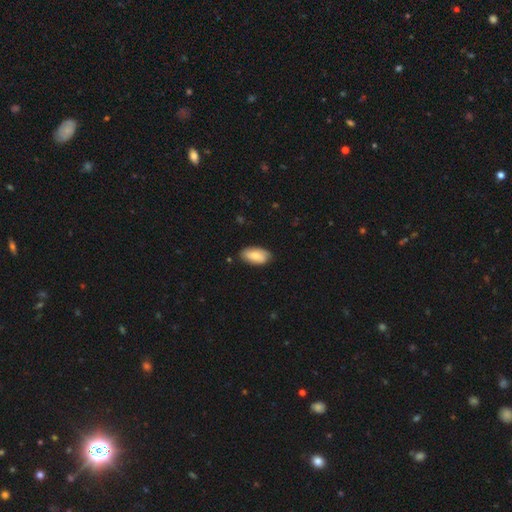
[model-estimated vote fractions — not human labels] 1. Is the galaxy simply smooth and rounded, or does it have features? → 82% smooth, 13% featured or disk, 6% star or artifact.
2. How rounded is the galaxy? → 93% in between, 4% cigar-shaped, 2% round.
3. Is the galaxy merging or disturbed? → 79% none, 17% minor disturbance, 3% major disturbance, 1% merger.